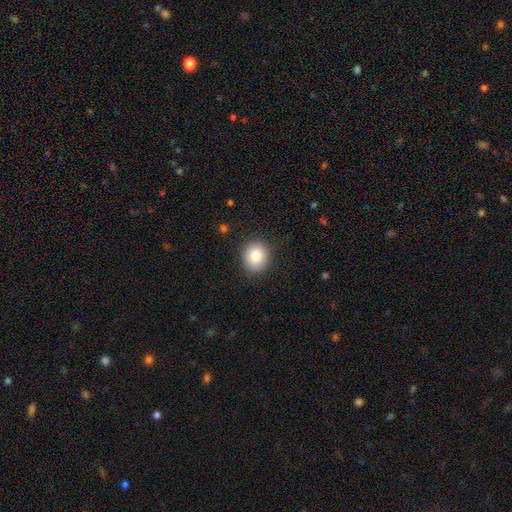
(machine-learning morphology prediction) smooth-or-featured: smooth: 83% | star or artifact: 9% | featured or disk: 8%
  how-rounded: round: 75% | in between: 24% | cigar-shaped: 1%
  merging: none: 88% | minor disturbance: 8% | major disturbance: 2% | merger: 1%